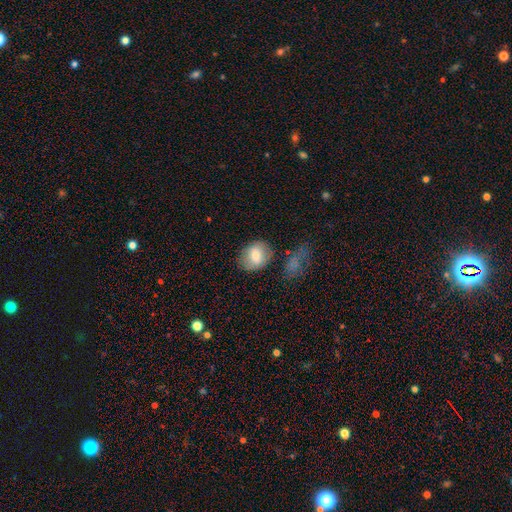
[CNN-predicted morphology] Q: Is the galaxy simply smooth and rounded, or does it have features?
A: smooth — 74%.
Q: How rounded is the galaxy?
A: in between — 53%.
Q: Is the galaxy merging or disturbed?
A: none — 76%.